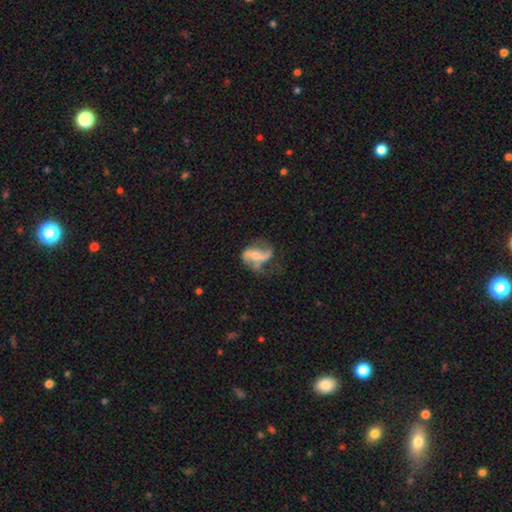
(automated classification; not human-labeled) This is likely a featured or disk galaxy (77%). It is clearly not viewed edge-on (96%). Bar: marginally no (39%). Spiral arm pattern: clearly yes (87%). Spiral arm count: clearly 2 (84%). Spiral winding: likely loose (61%). Central bulge: possibly moderate (54%). Merging: possibly none (51%).